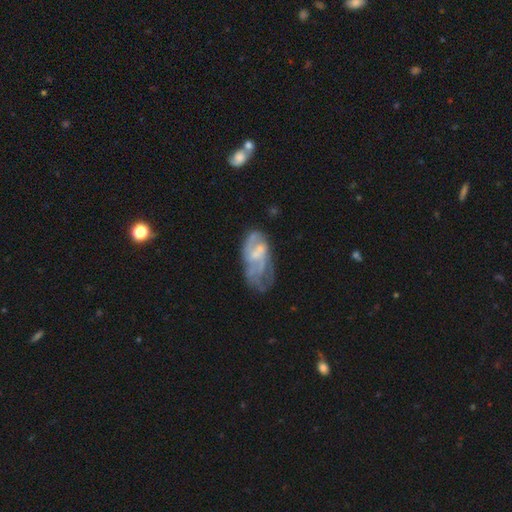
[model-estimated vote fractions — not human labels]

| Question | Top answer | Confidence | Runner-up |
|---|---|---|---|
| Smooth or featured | featured or disk | 65% | smooth (26%) |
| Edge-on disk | no | 95% | yes (5%) |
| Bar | no | 46% | weak (43%) |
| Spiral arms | yes | 65% | no (35%) |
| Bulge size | small | 41% | none (34%) |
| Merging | none | 40% | minor disturbance (29%) |